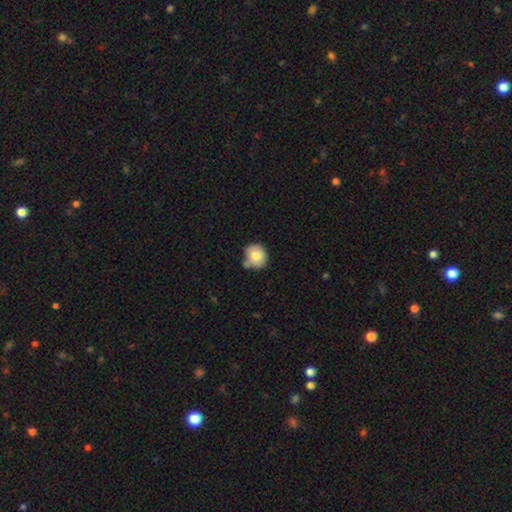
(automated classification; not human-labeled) This is likely a smooth galaxy (78%). How rounded: likely round (79%). Merging: likely none (64%).